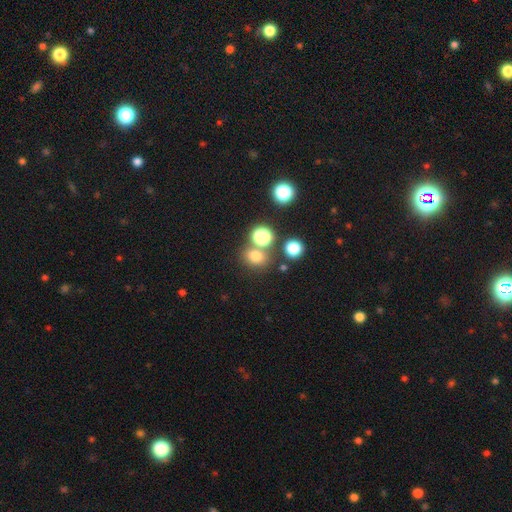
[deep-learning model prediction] Overall: smooth (71%). How rounded: round (70%). Merging: none (67%).